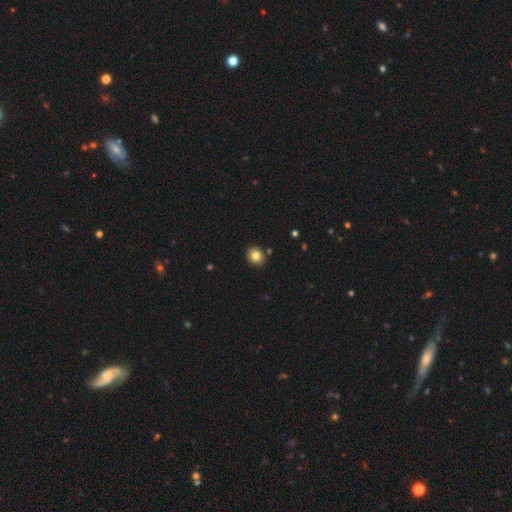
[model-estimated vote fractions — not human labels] A smooth galaxy with no disk features (81%) that is round (78%).

Vote fractions:
- Smooth or featured? smooth: 81% / star or artifact: 11% / featured or disk: 8%
- How rounded? round: 78% / in between: 21% / cigar-shaped: 1%
- Merging? none: 89% / minor disturbance: 7% / merger: 3% / major disturbance: 2%